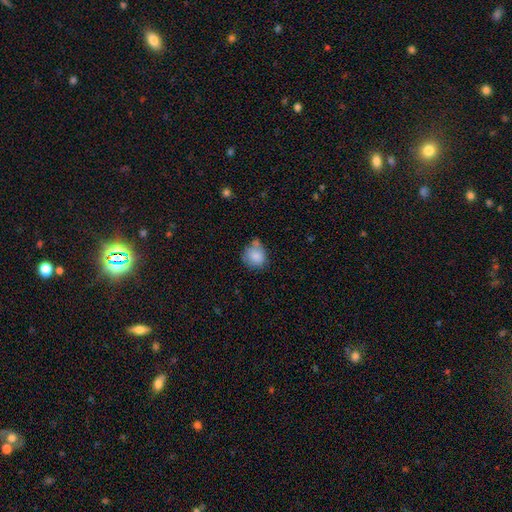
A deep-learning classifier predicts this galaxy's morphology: The model was most divided on "merging": none: 50%, minor disturbance: 31%, merger: 11%, major disturbance: 8%. More confident: smooth or featured — smooth (83%); how rounded — round (76%).